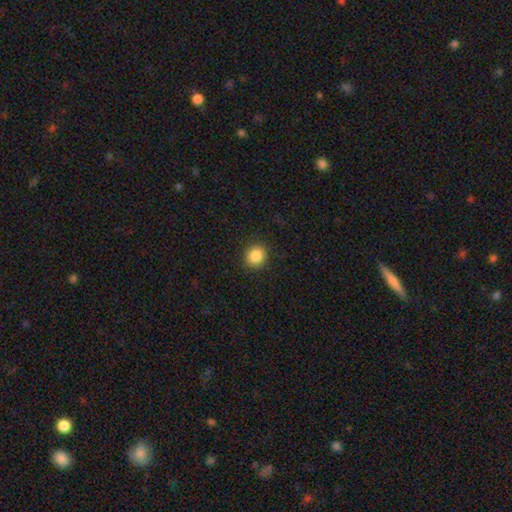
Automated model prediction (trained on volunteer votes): The model was most divided on "how rounded": round: 86%, in between: 13%, cigar-shaped: 1%. More confident: merging — none (90%); smooth or featured — smooth (87%).